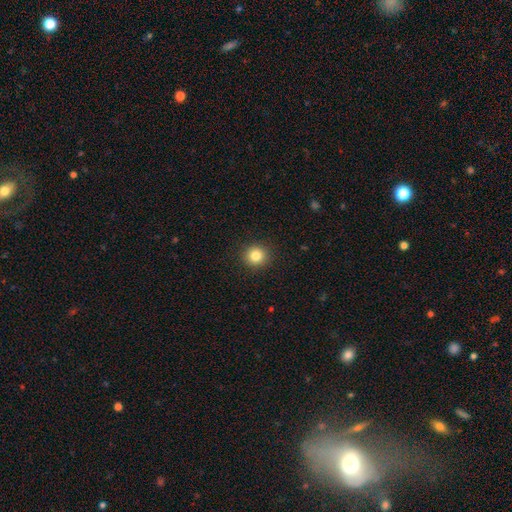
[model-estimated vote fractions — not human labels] The model was most divided on "smooth or featured": smooth: 84%, star or artifact: 11%, featured or disk: 5%. More confident: merging — none (92%); how rounded — round (91%).